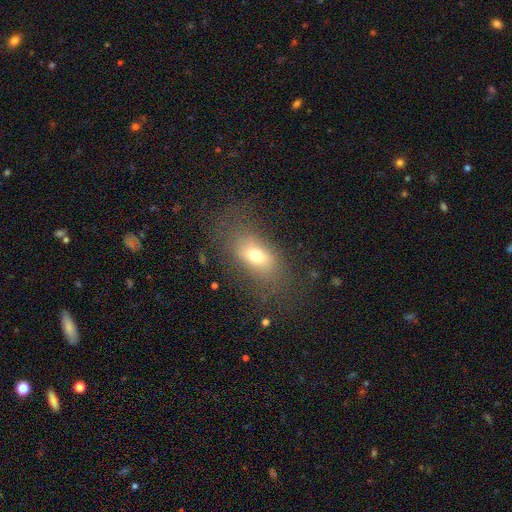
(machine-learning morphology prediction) This is likely a smooth galaxy (67%). How rounded: likely in between (80%). Merging: likely none (66%).